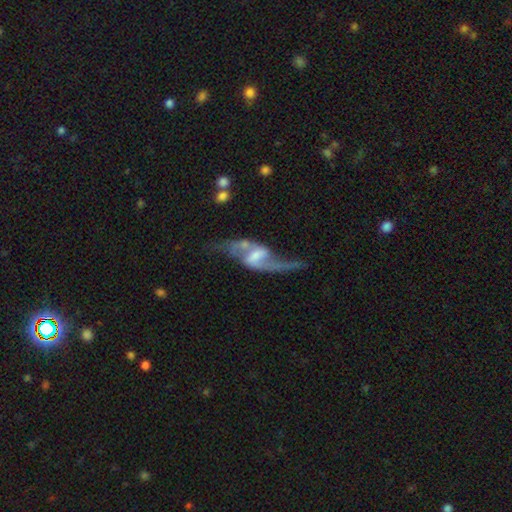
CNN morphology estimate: A featured or disk galaxy (88%) with a weak bar (47%), 2 (90%) loose (78%) spiral arms (94%) and a small central bulge (40%). Merging: none (57%).